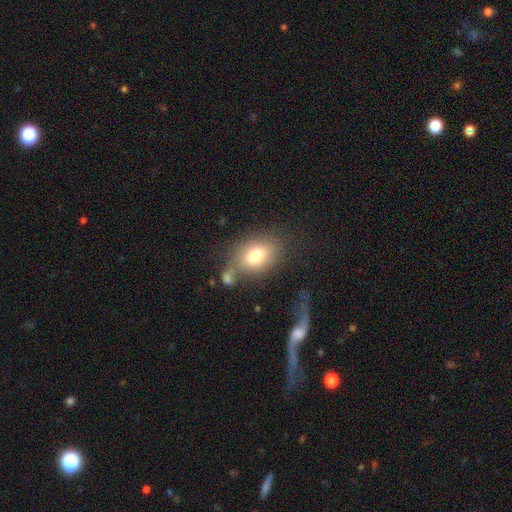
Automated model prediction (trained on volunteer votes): Q: Smooth or featured?
A: smooth (75%); runner-up: featured or disk (15%)
Q: How rounded?
A: in between (70%); runner-up: round (28%)
Q: Merging?
A: none (57%); runner-up: minor disturbance (17%)